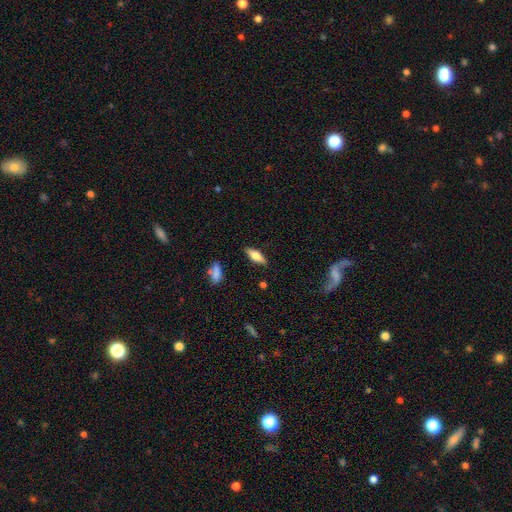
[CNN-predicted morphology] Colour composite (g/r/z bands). It shows a smooth galaxy with no disk features (60%) that is in between round and cigar-shaped (64%). Merging: none (85%).